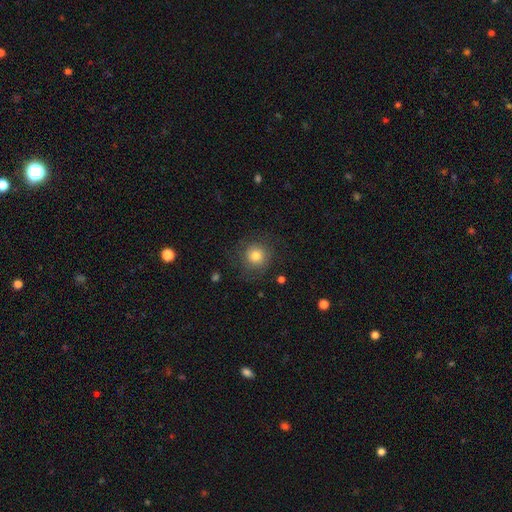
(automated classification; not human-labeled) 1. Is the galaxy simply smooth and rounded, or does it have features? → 75% smooth, 14% featured or disk, 11% star or artifact.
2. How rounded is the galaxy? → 92% round, 7% in between, 1% cigar-shaped.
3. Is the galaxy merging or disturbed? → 77% none, 14% minor disturbance, 8% major disturbance, 1% merger.